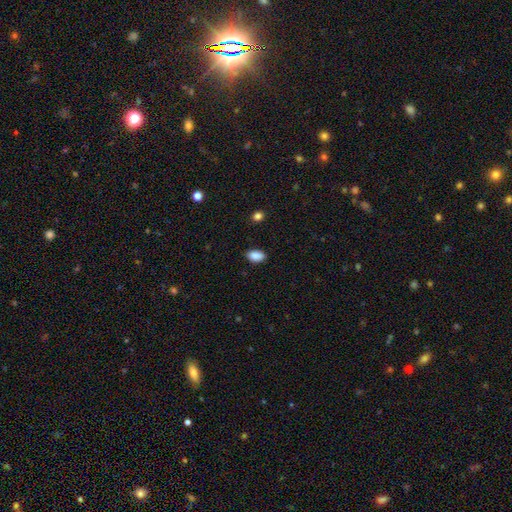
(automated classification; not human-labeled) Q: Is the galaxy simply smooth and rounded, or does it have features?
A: smooth — 89%.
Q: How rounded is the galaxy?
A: in between — 90%.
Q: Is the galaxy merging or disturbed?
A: none — 86%.